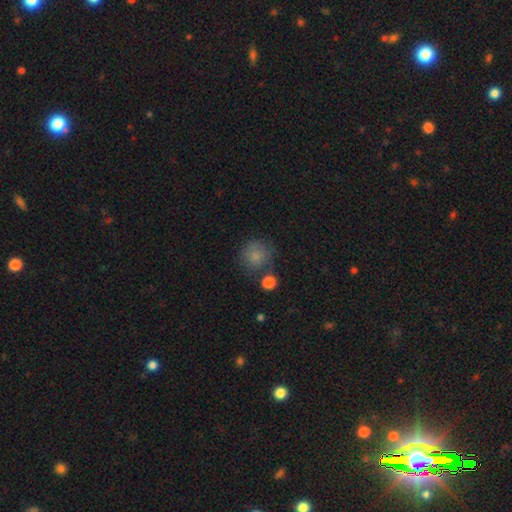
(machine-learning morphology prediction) smooth 82%, star or artifact 10%, featured or disk 8%. Down the decision tree: how rounded — round (90%); merging — none (67%).